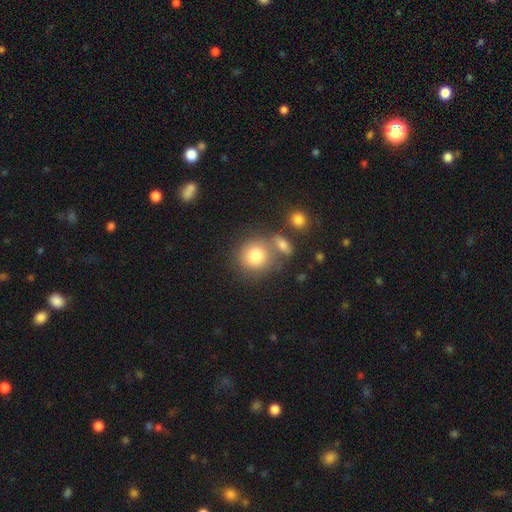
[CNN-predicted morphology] smooth_or_featured: smooth (p=0.80) [alt: featured or disk p=0.11]
how_rounded: round (p=0.85) [alt: in between p=0.14]
merging: none (p=0.56) [alt: merger p=0.27]